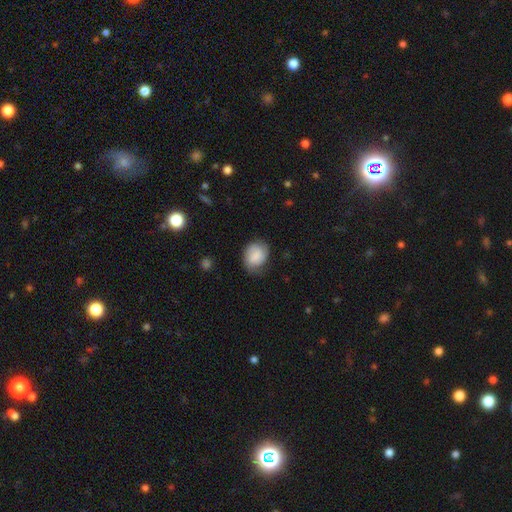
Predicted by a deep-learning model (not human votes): A smooth galaxy with no disk features (77%) that is in between round and cigar-shaped (52%).

Vote fractions:
- Smooth or featured? smooth: 77% / featured or disk: 16% / star or artifact: 7%
- How rounded? in between: 52% / round: 47% / cigar-shaped: 1%
- Merging? none: 61% / minor disturbance: 29% / major disturbance: 9% / merger: 1%